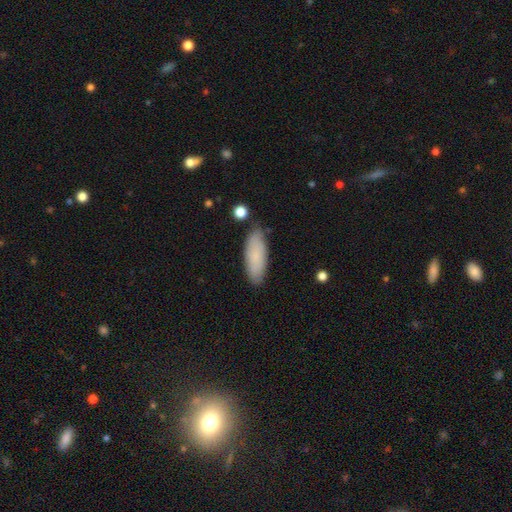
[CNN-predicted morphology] type=smooth (82%); roundness=in between (68%); merging=none (80%).